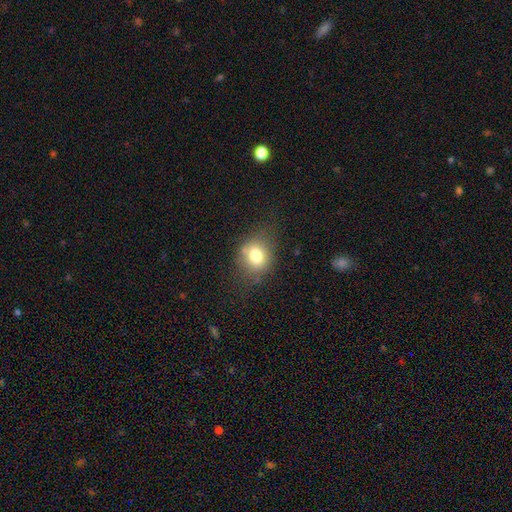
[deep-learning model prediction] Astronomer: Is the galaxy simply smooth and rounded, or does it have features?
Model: smooth — 76%.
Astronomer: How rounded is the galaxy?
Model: round — 63%.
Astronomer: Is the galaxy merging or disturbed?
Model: none — 67%.